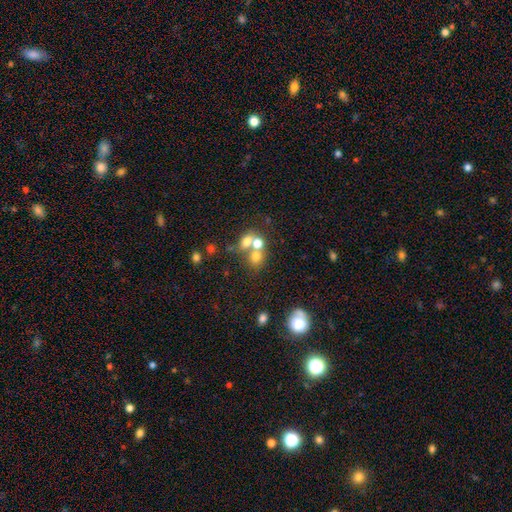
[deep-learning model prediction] A smooth galaxy with no disk features (62%) that is round (69%).

Vote fractions:
- Smooth or featured? smooth: 62% / featured or disk: 19% / star or artifact: 19%
- How rounded? round: 69% / in between: 29% / cigar-shaped: 1%
- Merging? merger: 51% / none: 36% / minor disturbance: 8% / major disturbance: 5%